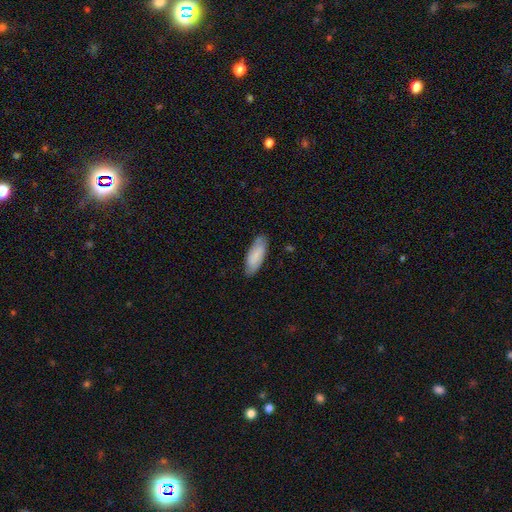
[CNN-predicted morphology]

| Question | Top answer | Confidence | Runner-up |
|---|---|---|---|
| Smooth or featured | smooth | 75% | featured or disk (19%) |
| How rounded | in between | 75% | cigar-shaped (23%) |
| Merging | none | 83% | minor disturbance (14%) |